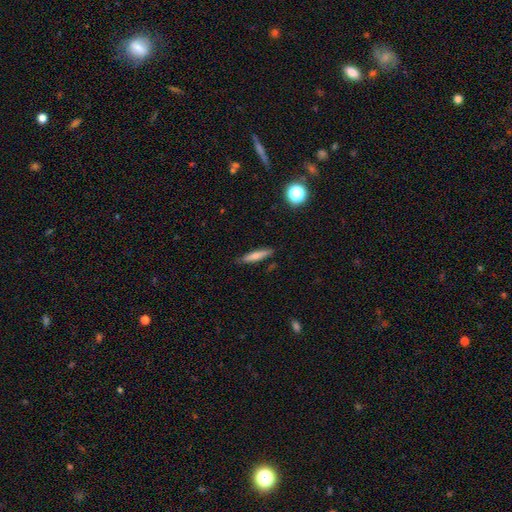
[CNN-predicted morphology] Smooth or featured: smooth — 72% (featured or disk — 20%)
How rounded: cigar-shaped — 83% (in between — 15%)
Merging: none — 84% (minor disturbance — 12%)